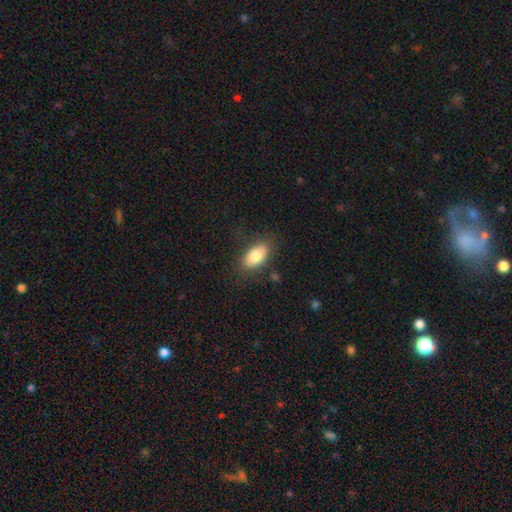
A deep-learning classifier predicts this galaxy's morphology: This is likely a smooth galaxy (79%). How rounded: clearly in between (91%). Merging: likely none (80%).